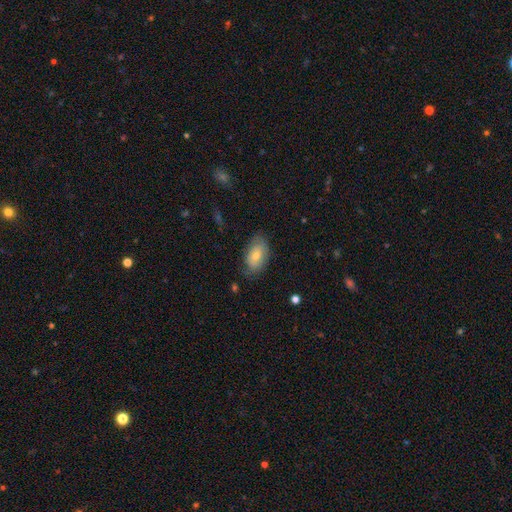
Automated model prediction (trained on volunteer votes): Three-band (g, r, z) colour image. It shows a smooth galaxy with no disk features (63%) that is in between round and cigar-shaped (91%). Merging: none (73%).